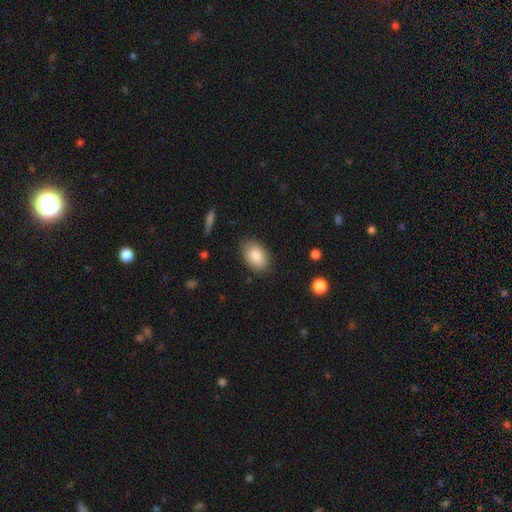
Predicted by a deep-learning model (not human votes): The model was most divided on "merging": none: 83%, minor disturbance: 13%, major disturbance: 3%, merger: 1%. More confident: how rounded — in between (89%); smooth or featured — smooth (85%).